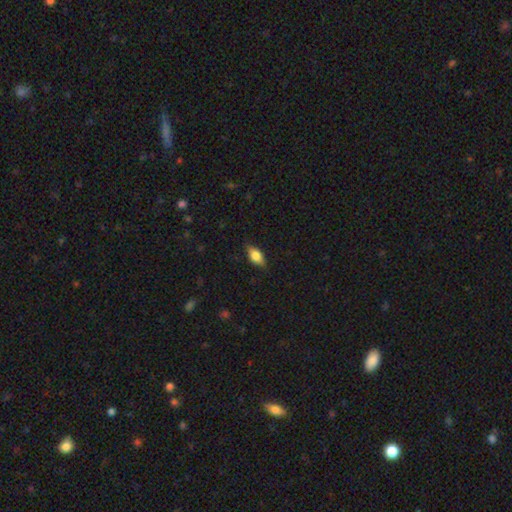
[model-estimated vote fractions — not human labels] The model was most divided on "smooth or featured": smooth: 74%, featured or disk: 18%, star or artifact: 8%. More confident: how rounded — in between (84%); merging — none (82%).